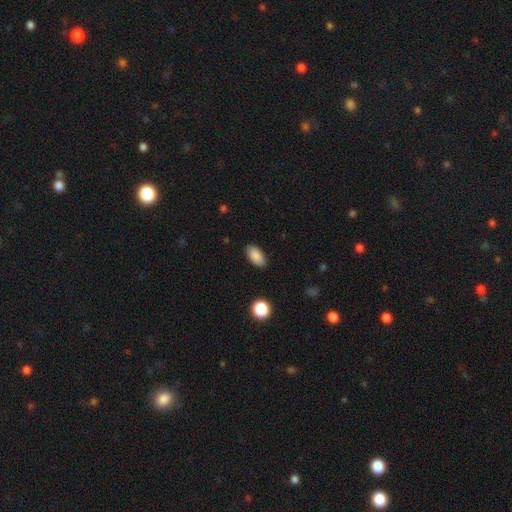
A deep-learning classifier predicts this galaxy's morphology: A smooth galaxy with no disk features (88%) that is in between round and cigar-shaped (93%). Merging: none (85%).